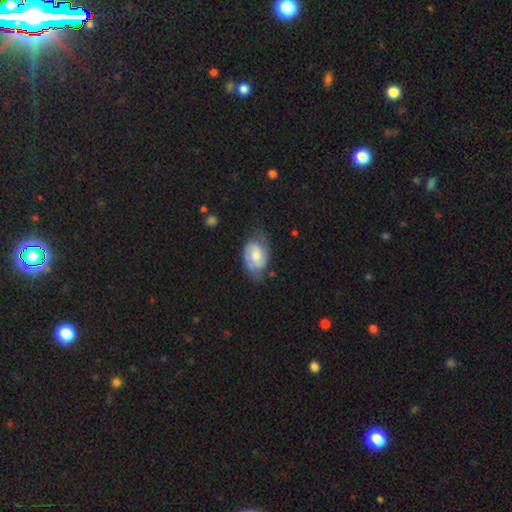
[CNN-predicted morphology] smooth-or-featured: featured or disk: 55% | smooth: 39% | star or artifact: 6%
  disk-edge-on: no: 96% | yes: 4%
    bar: no: 55% | weak: 39% | strong: 7%
    has-spiral-arms: yes: 84% | no: 16%
    bulge-size: moderate: 54% | small: 27% | large: 12% | none: 5% | dominant: 2%
  merging: none: 56% | minor disturbance: 30% | major disturbance: 11% | merger: 2%